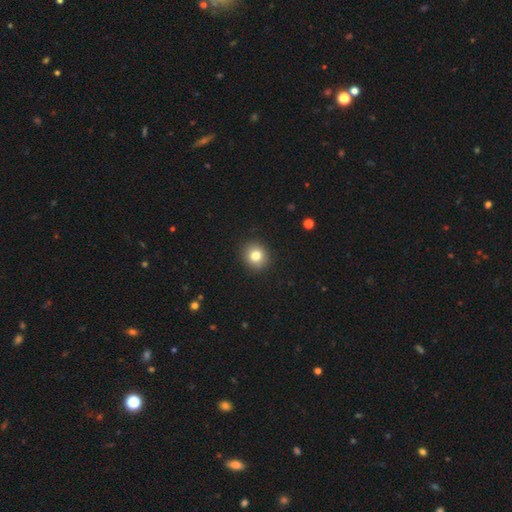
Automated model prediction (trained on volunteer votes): A smooth galaxy with no disk features (80%) that is round (87%).

Vote fractions:
- Smooth or featured? smooth: 80% / star or artifact: 11% / featured or disk: 9%
- How rounded? round: 87% / in between: 12% / cigar-shaped: 1%
- Merging? none: 91% / minor disturbance: 6% / major disturbance: 2% / merger: 1%